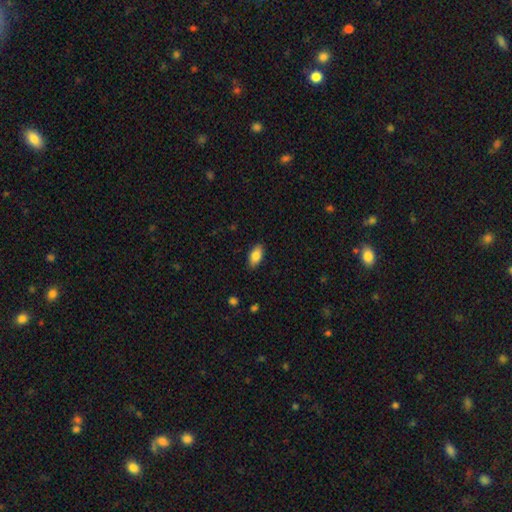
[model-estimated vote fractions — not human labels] A smooth galaxy with no disk features (84%) that is in between round and cigar-shaped (91%). Merging: none (87%).